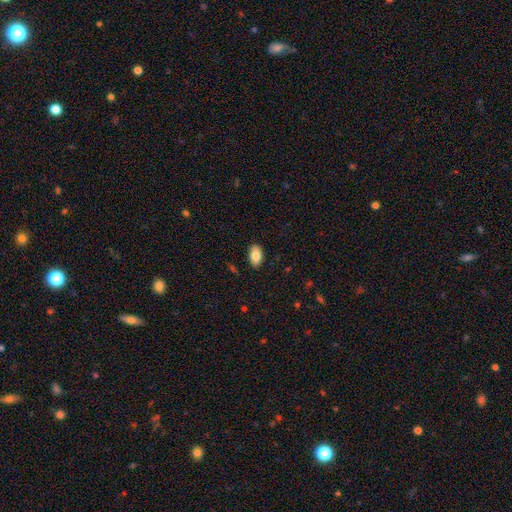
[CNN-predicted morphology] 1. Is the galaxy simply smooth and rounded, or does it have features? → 83% smooth, 10% featured or disk, 7% star or artifact.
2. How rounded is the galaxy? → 94% in between, 4% round, 2% cigar-shaped.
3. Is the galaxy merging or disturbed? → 88% none, 9% minor disturbance, 2% major disturbance, 1% merger.